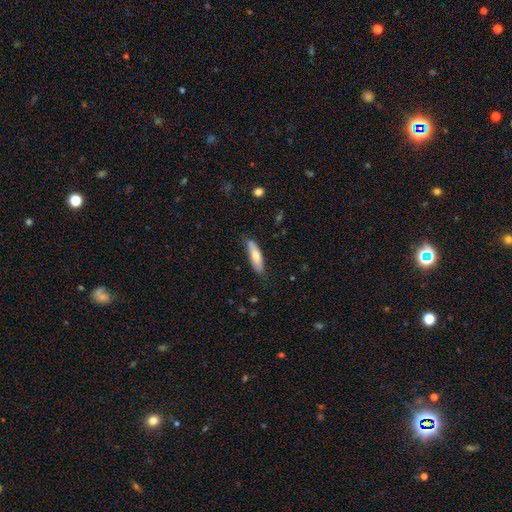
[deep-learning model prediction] smooth 71%, featured or disk 23%, star or artifact 6%. Down the decision tree: how rounded — cigar-shaped (61%); merging — none (76%).